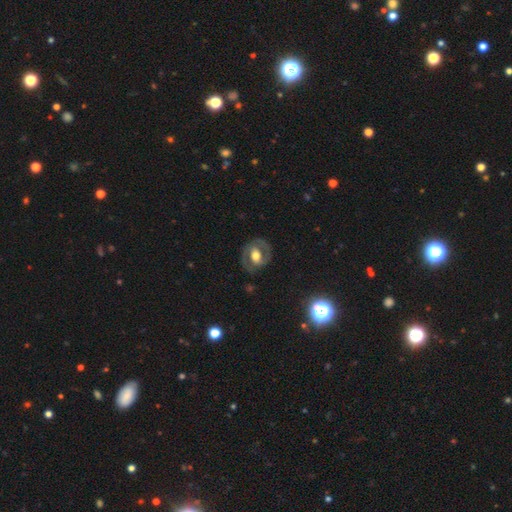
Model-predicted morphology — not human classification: Smooth or featured: featured or disk — 71% (smooth — 23%)
Edge-on disk: no — 96% (yes — 4%)
Bar: weak — 38% (tied with no — 38%)
Spiral arms: yes — 72% (no — 28%)
Bulge size: moderate — 57% (large — 32%)
Merging: none — 78% (minor disturbance — 14%)